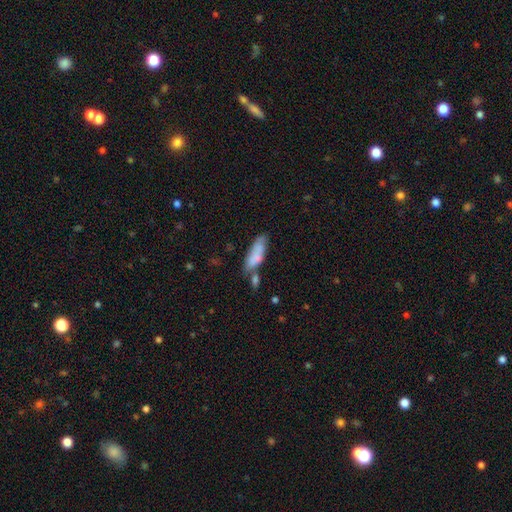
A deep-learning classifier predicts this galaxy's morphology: The model was most divided on "how rounded": in between: 57%, cigar-shaped: 41%, round: 2%. Remaining: smooth or featured — smooth (76%); merging — none (43%).